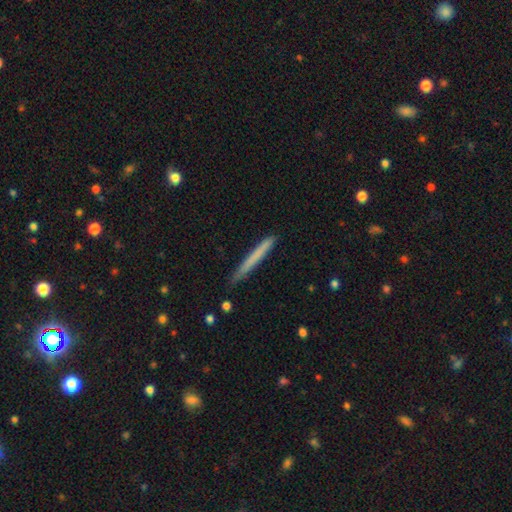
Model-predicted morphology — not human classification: type=smooth (67%); roundness=cigar-shaped (97%); merging=none (86%).